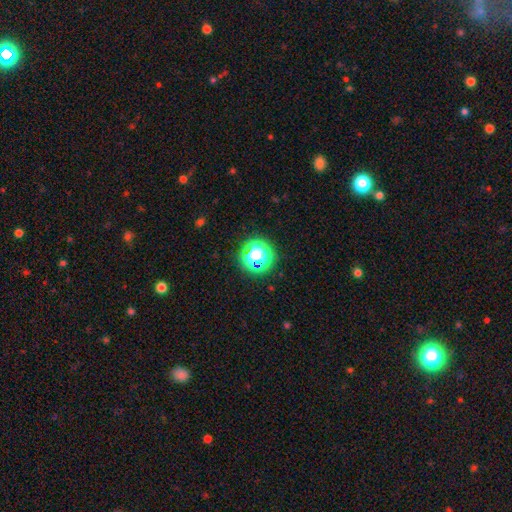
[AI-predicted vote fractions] The model was most divided on "smooth or featured": star or artifact: 49%, smooth: 40%, featured or disk: 10%.